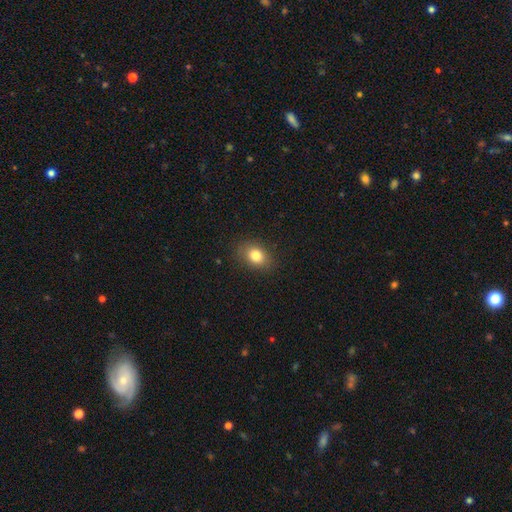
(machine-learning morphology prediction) Smooth or featured: smooth — 82% (star or artifact — 10%)
How rounded: in between — 70% (round — 28%)
Merging: none — 85% (minor disturbance — 11%)